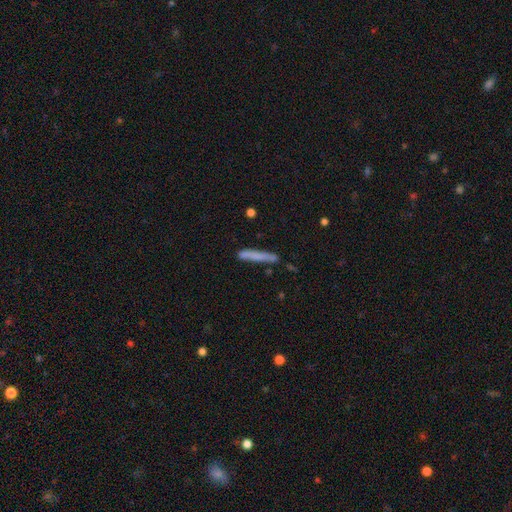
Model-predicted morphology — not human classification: smooth_or_featured: smooth (p=0.71) [alt: featured or disk p=0.22]
how_rounded: cigar-shaped (p=0.95) [alt: in between p=0.04]
merging: none (p=0.74) [alt: minor disturbance p=0.17]